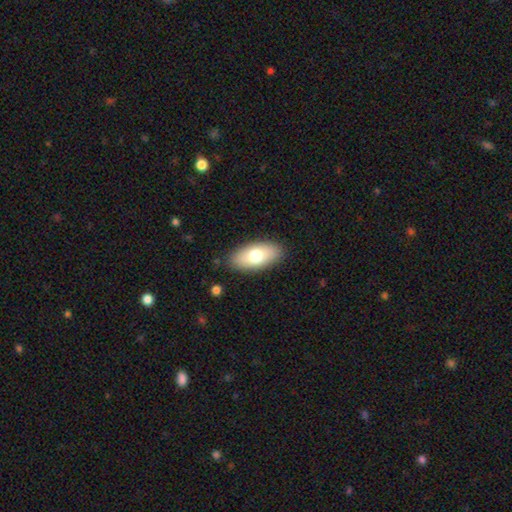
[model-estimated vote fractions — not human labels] This appears to be a smooth galaxy with no disk features (72%) that is in between round and cigar-shaped (91%). Merging: none (86%).